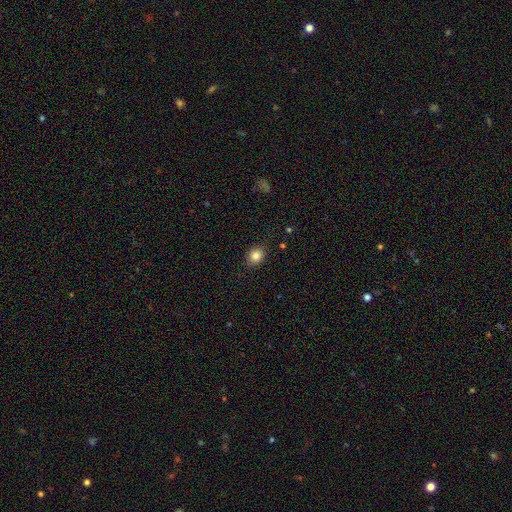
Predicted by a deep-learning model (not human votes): This appears to be a smooth galaxy with no disk features (84%) that is round (60%). Merging: none (85%).